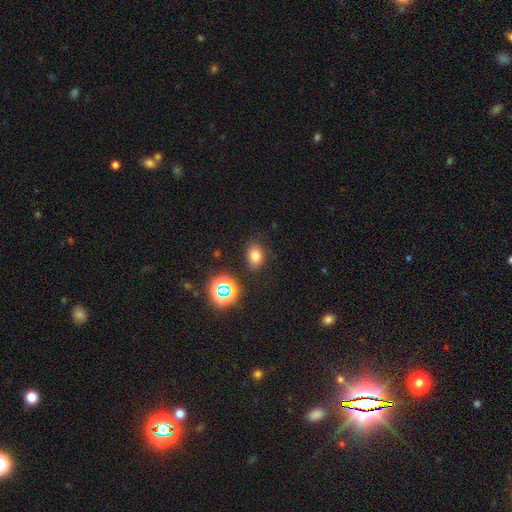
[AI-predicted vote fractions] Morphology: type=smooth (73%); roundness=in between (71%); merging=none (83%).